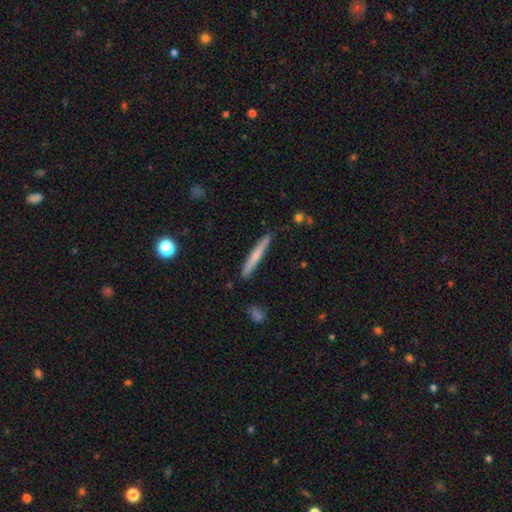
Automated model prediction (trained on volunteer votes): Smooth or featured: smooth — 50% (featured or disk — 43%)
How rounded: cigar-shaped — 95% (in between — 3%)
Merging: none — 88% (minor disturbance — 9%)